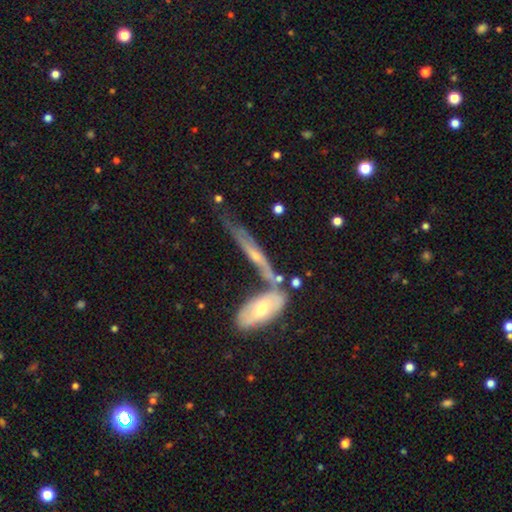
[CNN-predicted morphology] smooth-or-featured: featured or disk: 58% | smooth: 34% | star or artifact: 8%
  disk-edge-on: yes: 72% | no: 28%
  merging: none: 42% | merger: 30% | minor disturbance: 19% | major disturbance: 8%